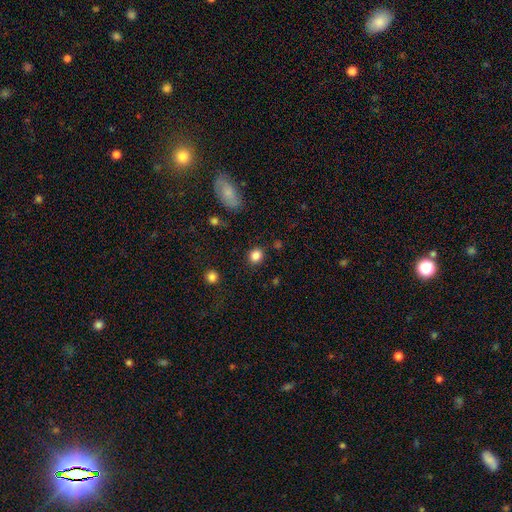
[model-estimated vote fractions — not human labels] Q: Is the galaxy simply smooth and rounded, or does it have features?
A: smooth — 85%.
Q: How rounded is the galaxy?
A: round — 73%.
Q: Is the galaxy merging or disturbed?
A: none — 87%.